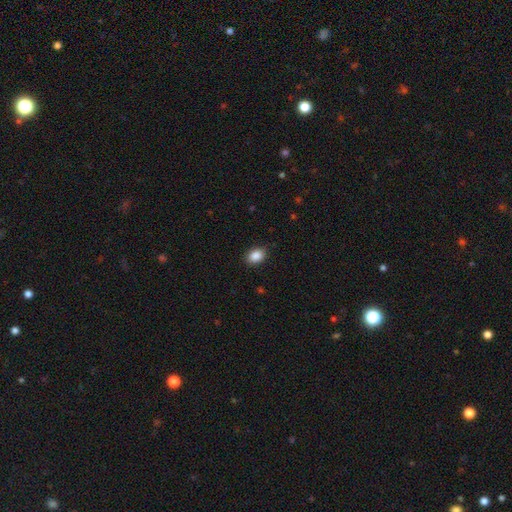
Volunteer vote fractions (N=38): A smooth galaxy with no disk features (89%) that is in between round and cigar-shaped (68%).

Vote fractions:
- Smooth or featured? smooth: 89% / star or artifact: 8% / featured or disk: 3%
- How rounded? in between: 68% / round: 32% / cigar-shaped: 0%
- Merging? none: 86% / minor disturbance: 14% / major disturbance: 0% / merger: 0%